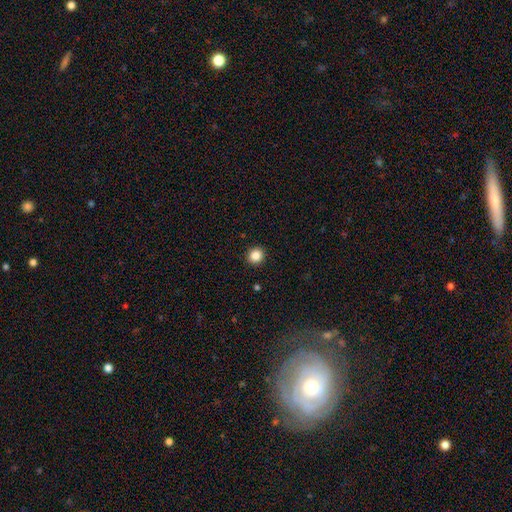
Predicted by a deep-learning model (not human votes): This is clearly a smooth galaxy (85%). How rounded: clearly round (92%). Merging: clearly none (93%).